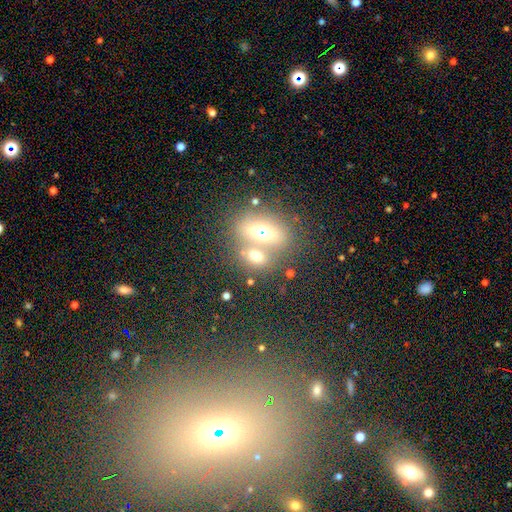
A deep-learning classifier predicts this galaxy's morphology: Smooth or featured? smooth (60%)
How rounded? in between (63%)
Merging? merger (55%)